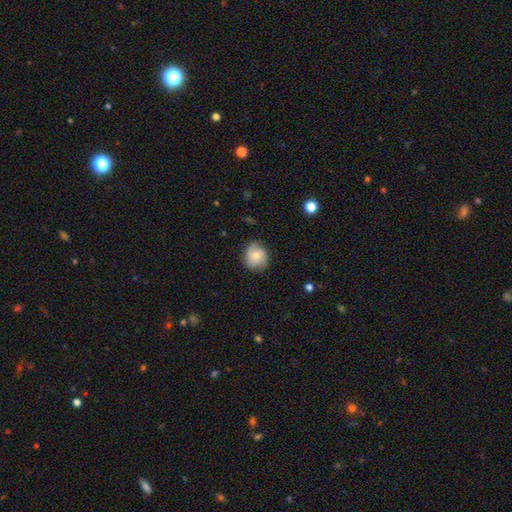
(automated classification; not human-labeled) smooth_or_featured: smooth (p=0.68) [alt: featured or disk p=0.24]
how_rounded: round (p=0.75) [alt: in between p=0.24]
merging: none (p=0.75) [alt: minor disturbance p=0.20]